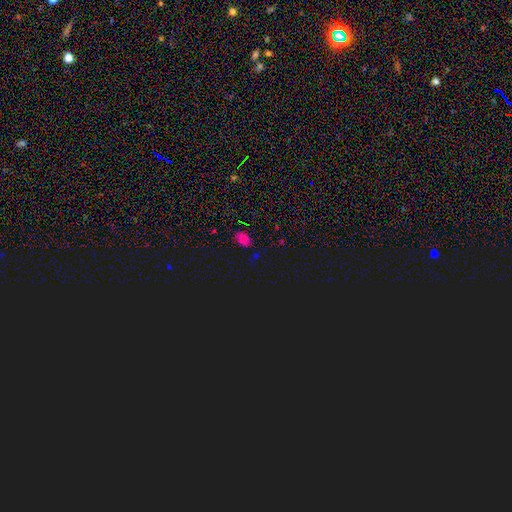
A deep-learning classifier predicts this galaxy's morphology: The model was most divided on "smooth or featured": star or artifact: 59%, smooth: 34%, featured or disk: 7%.